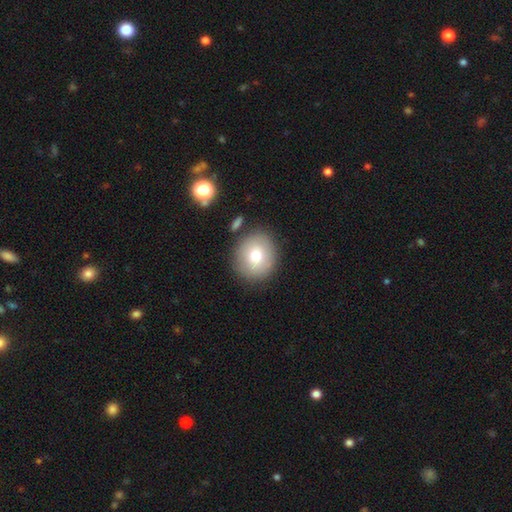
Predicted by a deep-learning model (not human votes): Smooth or featured: smooth — 74% (featured or disk — 16%)
How rounded: round — 83% (in between — 16%)
Merging: none — 84% (minor disturbance — 10%)